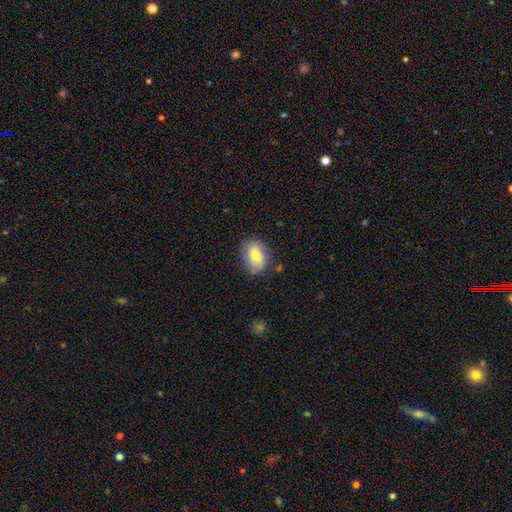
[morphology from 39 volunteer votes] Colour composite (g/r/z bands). It shows a smooth galaxy with no disk features (77%) that is in between round and cigar-shaped (73%). Merging: none (86%).